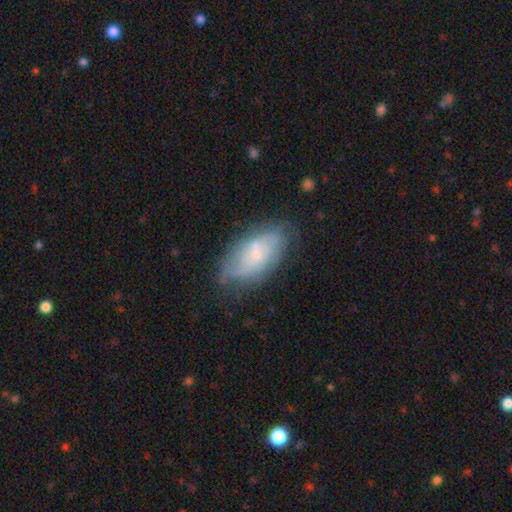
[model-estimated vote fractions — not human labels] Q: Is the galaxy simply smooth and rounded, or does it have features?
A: featured or disk — 57%.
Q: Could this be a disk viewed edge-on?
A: no — 92%.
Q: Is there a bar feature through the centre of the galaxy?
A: no — 63%.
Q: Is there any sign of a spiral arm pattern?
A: yes — 73%.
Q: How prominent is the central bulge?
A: small — 60%.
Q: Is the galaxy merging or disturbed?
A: none — 64%.